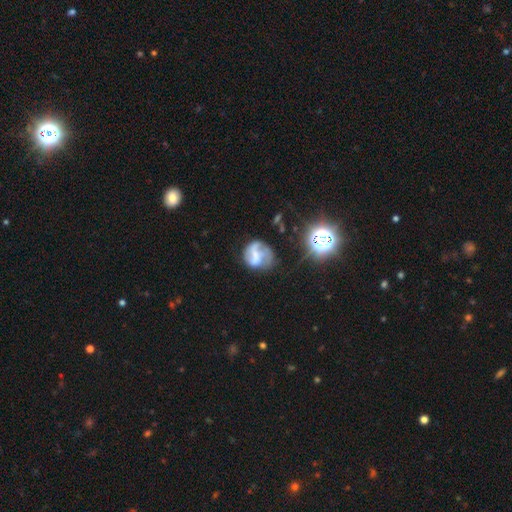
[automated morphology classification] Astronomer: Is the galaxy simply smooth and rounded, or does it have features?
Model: featured or disk — 51% (runner-up: smooth, 35%).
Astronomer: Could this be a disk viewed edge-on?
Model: no — 97%.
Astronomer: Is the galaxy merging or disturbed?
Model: none — 41% (runner-up: major disturbance, 27%).